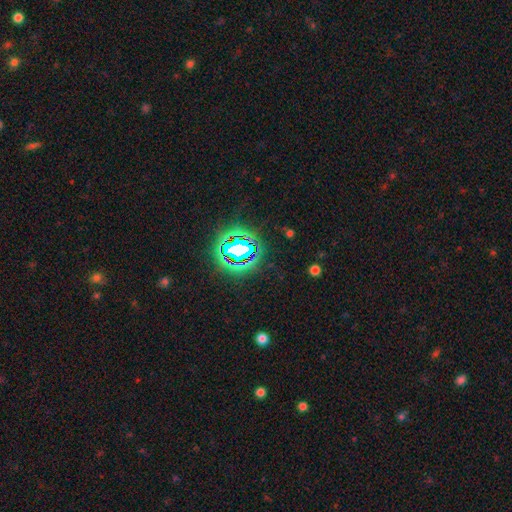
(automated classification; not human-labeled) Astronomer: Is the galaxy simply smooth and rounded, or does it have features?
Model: star or artifact — 83%.